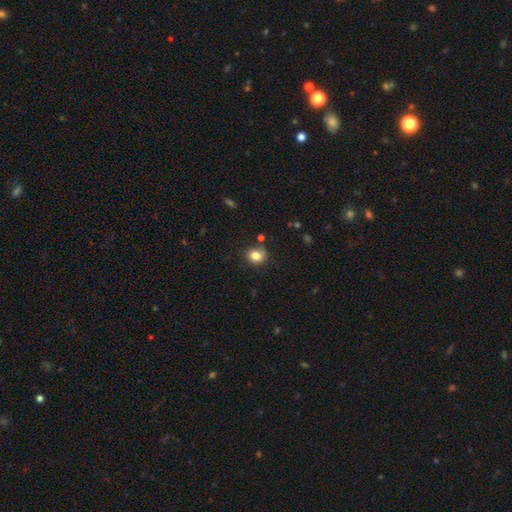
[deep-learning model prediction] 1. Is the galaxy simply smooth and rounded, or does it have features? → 82% smooth, 11% star or artifact, 7% featured or disk.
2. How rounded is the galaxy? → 69% round, 30% in between, 1% cigar-shaped.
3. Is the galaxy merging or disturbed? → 76% none, 16% minor disturbance, 5% merger, 4% major disturbance.